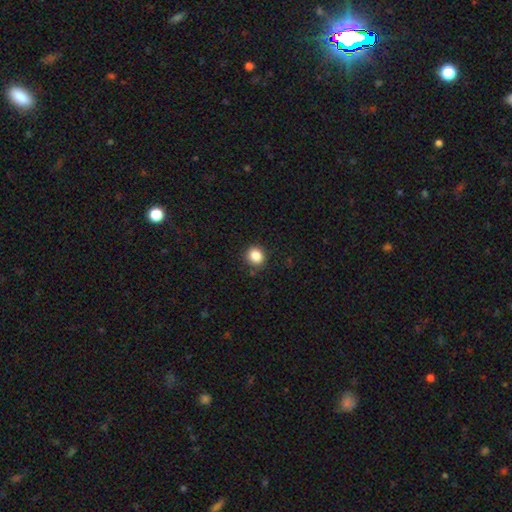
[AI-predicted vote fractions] A smooth galaxy with no disk features (85%) that is round (80%).

Vote fractions:
- Smooth or featured? smooth: 85% / star or artifact: 10% / featured or disk: 4%
- How rounded? round: 80% / in between: 19% / cigar-shaped: 1%
- Merging? none: 88% / minor disturbance: 8% / major disturbance: 2% / merger: 1%